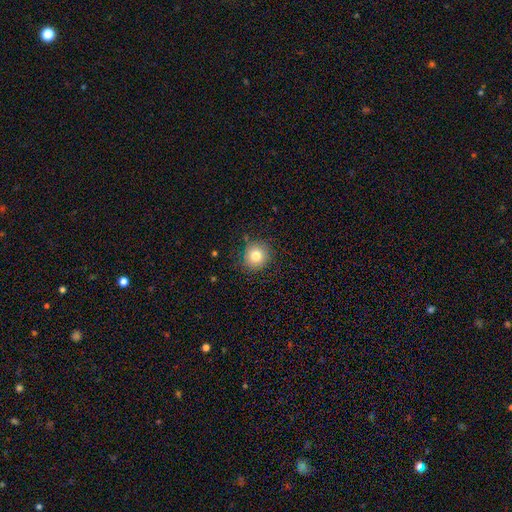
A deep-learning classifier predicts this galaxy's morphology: Smooth or featured?
  - smooth: 80% *
  - star or artifact: 11%
  - featured or disk: 9%
How rounded?
  - round: 91% *
  - in between: 8%
  - cigar-shaped: 1%
Merging?
  - none: 85% *
  - minor disturbance: 11%
  - major disturbance: 3%
  - merger: 2%